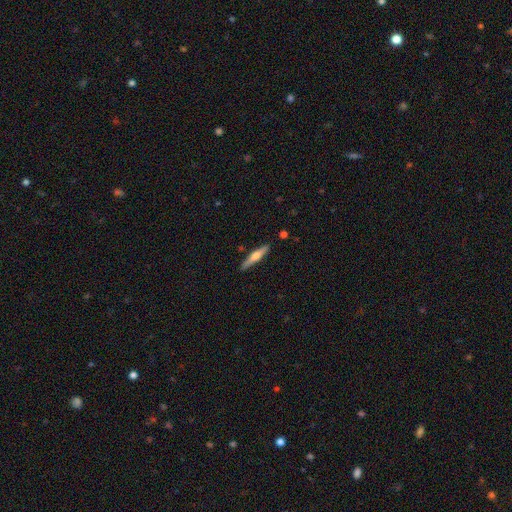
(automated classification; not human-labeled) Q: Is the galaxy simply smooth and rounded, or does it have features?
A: featured or disk — 55%.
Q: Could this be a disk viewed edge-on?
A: yes — 97%.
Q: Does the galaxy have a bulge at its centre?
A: rounded — 86%.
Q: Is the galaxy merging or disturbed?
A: none — 88%.